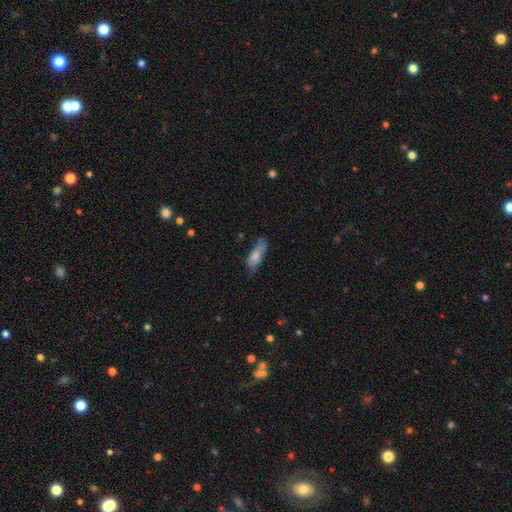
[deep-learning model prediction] Q: Smooth or featured?
A: smooth (74%); runner-up: featured or disk (19%)
Q: How rounded?
A: in between (66%); runner-up: cigar-shaped (32%)
Q: Merging?
A: none (56%); runner-up: minor disturbance (32%)